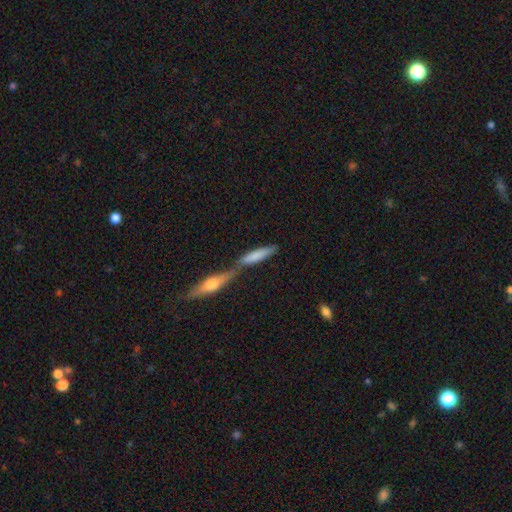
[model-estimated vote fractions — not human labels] Smooth or featured?
  - smooth: 73% *
  - featured or disk: 20%
  - star or artifact: 6%
How rounded?
  - cigar-shaped: 76% *
  - in between: 22%
  - round: 2%
Merging?
  - merger: 47% *
  - none: 40%
  - minor disturbance: 9%
  - major disturbance: 4%